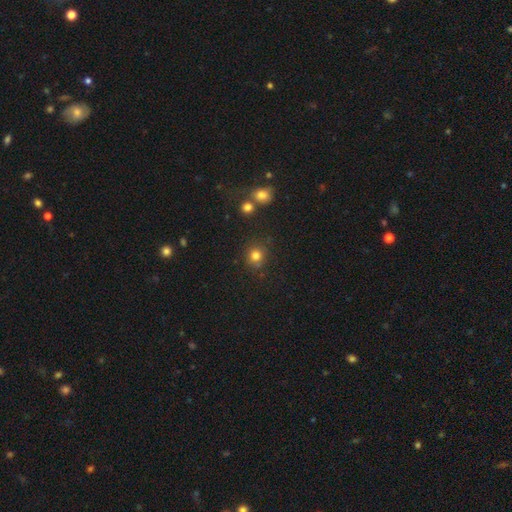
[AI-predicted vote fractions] Morphology: type=smooth (80%); roundness=round (89%); merging=none (79%).